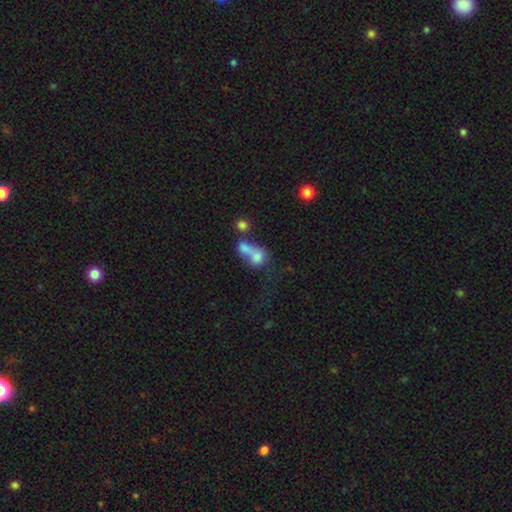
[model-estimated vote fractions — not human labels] smooth_or_featured: smooth (p=0.68) [alt: featured or disk p=0.21]
how_rounded: in between (p=0.51) [alt: round p=0.45]
merging: merger (p=0.67) [alt: none p=0.16]